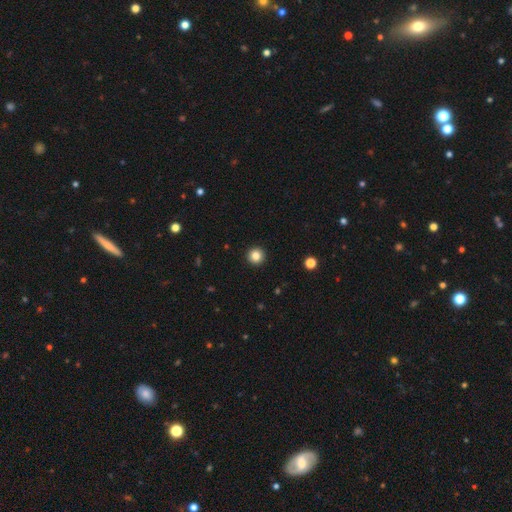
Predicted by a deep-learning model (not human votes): smooth-or-featured: smooth: 84% | star or artifact: 11% | featured or disk: 5%
  how-rounded: round: 96% | in between: 3% | cigar-shaped: 1%
  merging: none: 94% | minor disturbance: 4% | major disturbance: 1% | merger: 1%